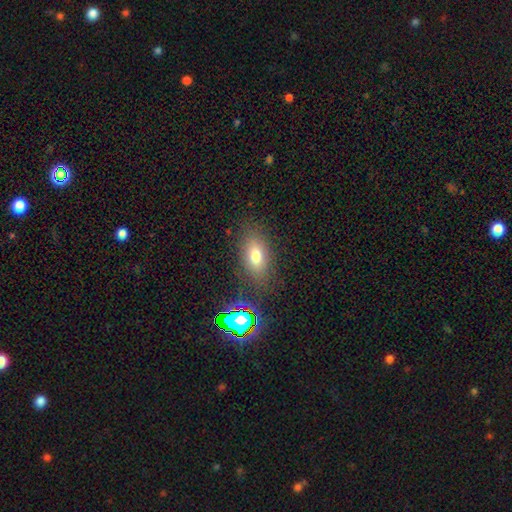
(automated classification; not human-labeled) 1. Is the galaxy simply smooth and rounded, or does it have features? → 72% smooth, 14% star or artifact, 14% featured or disk.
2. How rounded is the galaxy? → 84% in between, 11% round, 5% cigar-shaped.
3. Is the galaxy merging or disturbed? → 81% none, 12% minor disturbance, 5% major disturbance, 3% merger.